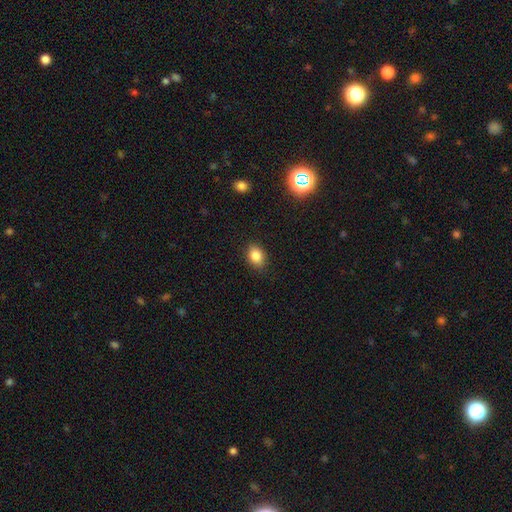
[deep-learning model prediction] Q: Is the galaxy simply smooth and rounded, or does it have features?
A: smooth — 84%.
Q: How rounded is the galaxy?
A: in between — 73%.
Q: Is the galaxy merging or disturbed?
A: none — 87%.